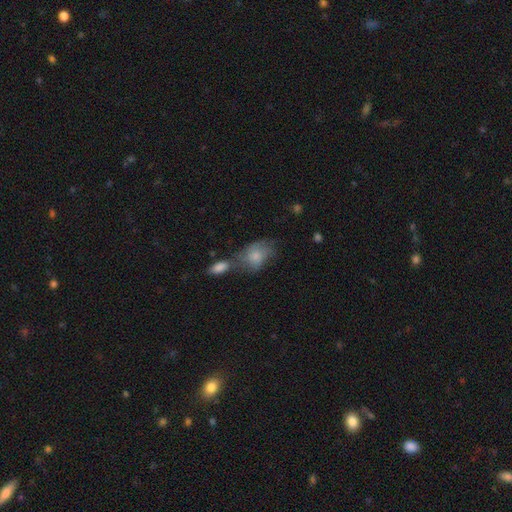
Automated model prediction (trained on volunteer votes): Overall: smooth (70%). How rounded: in between (80%). Merging: none (32%; merger 28%).